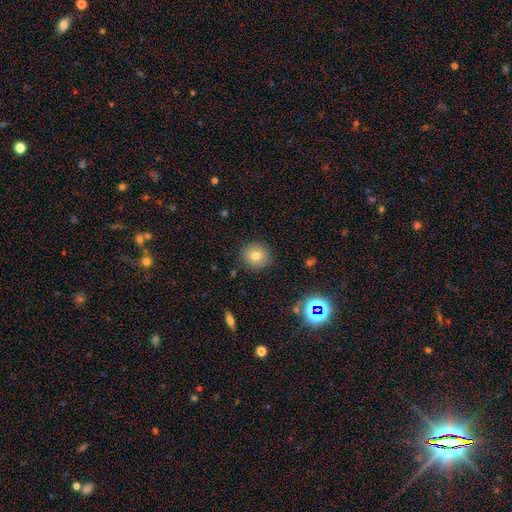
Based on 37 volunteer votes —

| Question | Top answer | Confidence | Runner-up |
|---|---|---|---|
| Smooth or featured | smooth | 84% | featured or disk (8%) |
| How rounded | round | 90% | in between (10%) |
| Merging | none | 94% | minor disturbance (3%) |